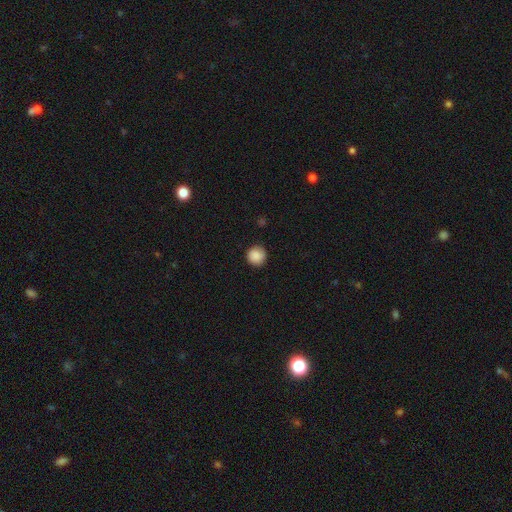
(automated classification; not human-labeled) This is clearly a smooth galaxy (88%). How rounded: clearly round (94%). Merging: clearly none (87%).